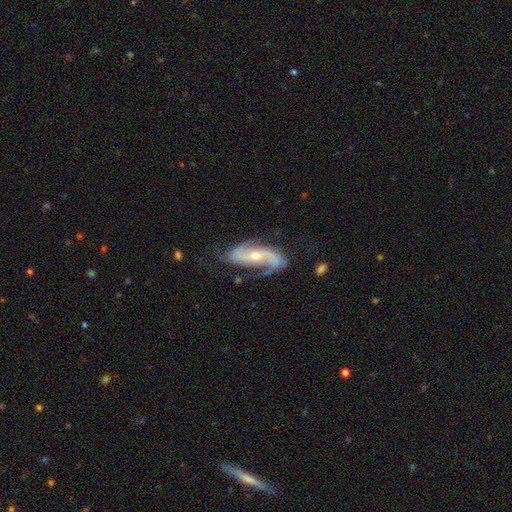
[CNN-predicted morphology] type=featured or disk (86%); edge-on=no (93%); bar=no (46%); spiral arms=yes (95%); winding=medium (41%); arm count=2 (82%); bulge=small (53%); merging=none (60%).